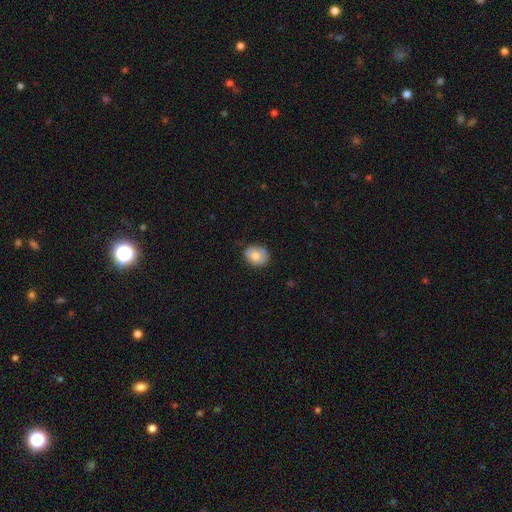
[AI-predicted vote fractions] This appears to be a smooth galaxy with no disk features (72%) that is in between round and cigar-shaped (50%). Merging: none (71%).